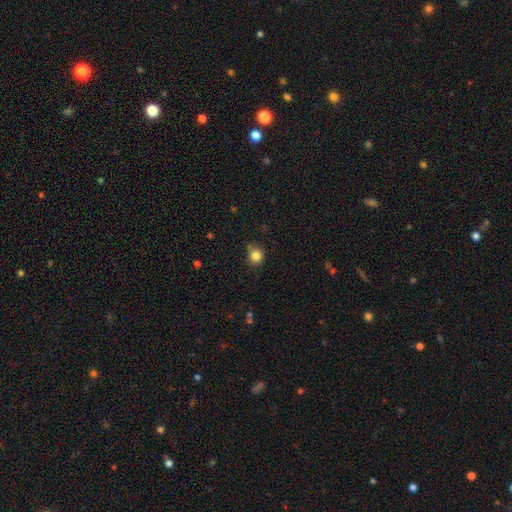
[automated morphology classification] Smooth or featured? smooth (83%)
How rounded? round (81%)
Merging? none (75%)